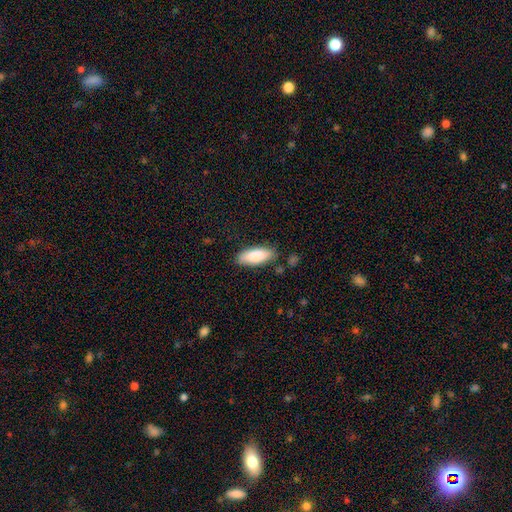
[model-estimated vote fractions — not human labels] The model was most divided on "how rounded": in between: 78%, cigar-shaped: 20%, round: 2%. More confident: smooth or featured — smooth (86%); merging — none (81%).